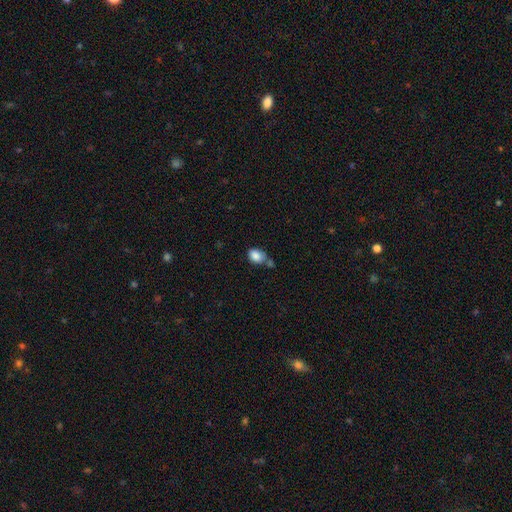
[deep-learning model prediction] Smooth or featured: smooth — 85% (star or artifact — 8%)
How rounded: in between — 72% (round — 27%)
Merging: none — 50% (merger — 24%)